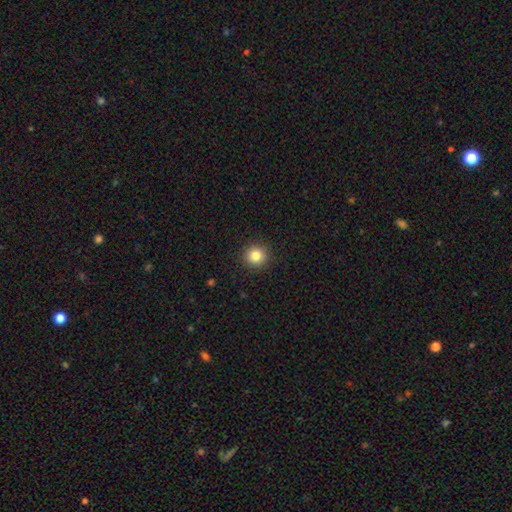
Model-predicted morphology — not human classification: Smooth or featured? smooth (84%)
How rounded? round (94%)
Merging? none (92%)